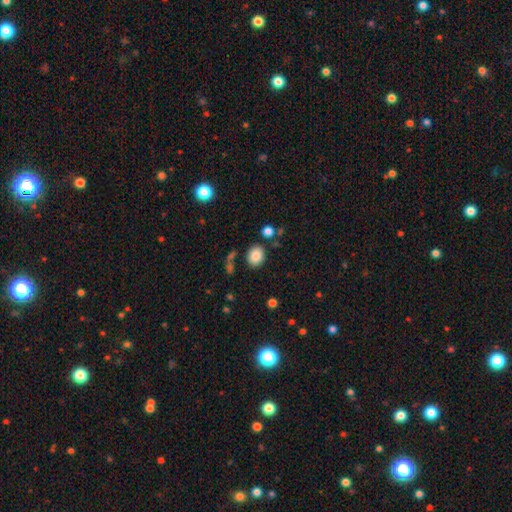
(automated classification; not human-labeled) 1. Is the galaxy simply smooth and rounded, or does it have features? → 85% smooth, 9% star or artifact, 5% featured or disk.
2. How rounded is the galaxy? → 50% round, 49% in between, 1% cigar-shaped.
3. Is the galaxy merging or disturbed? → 80% none, 10% minor disturbance, 6% merger, 4% major disturbance.